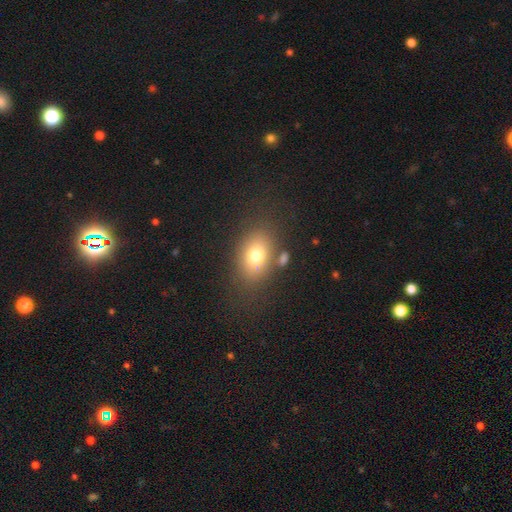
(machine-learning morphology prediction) smooth-or-featured: smooth: 75% | featured or disk: 14% | star or artifact: 11%
  how-rounded: in between: 77% | round: 22% | cigar-shaped: 1%
  merging: none: 74% | minor disturbance: 13% | merger: 7% | major disturbance: 6%